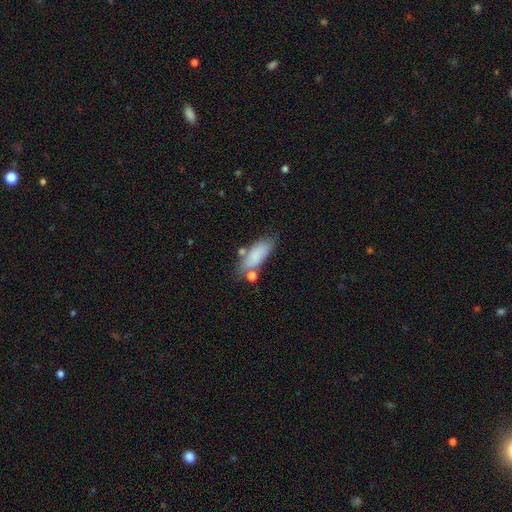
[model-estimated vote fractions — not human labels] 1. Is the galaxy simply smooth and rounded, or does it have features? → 78% smooth, 14% featured or disk, 8% star or artifact.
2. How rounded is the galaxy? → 74% in between, 23% cigar-shaped, 3% round.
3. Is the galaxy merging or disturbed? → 56% none, 22% minor disturbance, 14% merger, 8% major disturbance.